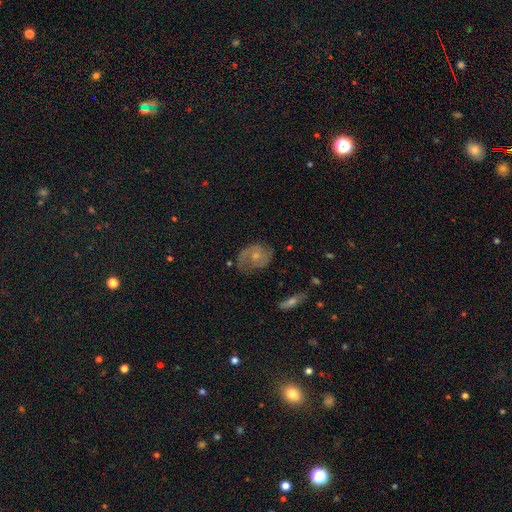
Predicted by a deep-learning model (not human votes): This is likely a featured or disk galaxy (74%). It is clearly not viewed edge-on (97%). Bar: likely no (69%). Spiral arm pattern: clearly yes (90%). Spiral arm count: likely 2 (72%). Spiral winding: marginally medium (44%). Central bulge: possibly small (51%). Merging: likely none (66%).